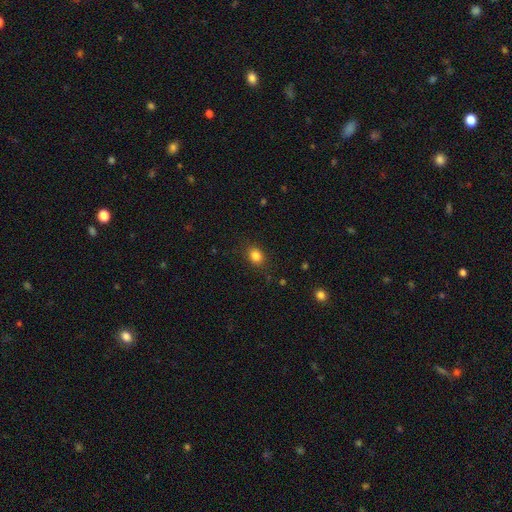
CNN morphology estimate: A smooth galaxy with no disk features (84%) that is round (51%). Merging: none (85%).